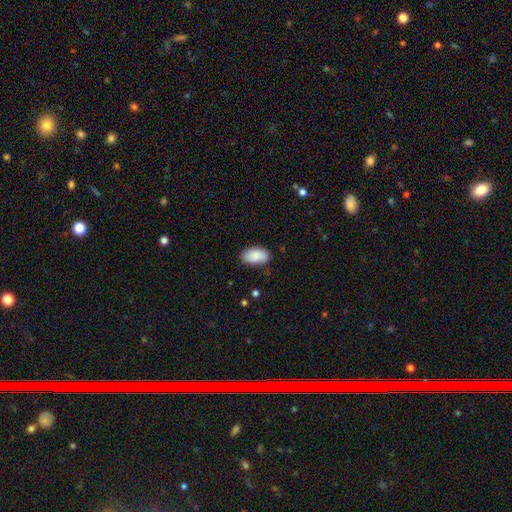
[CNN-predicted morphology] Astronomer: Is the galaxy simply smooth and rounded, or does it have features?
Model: smooth — 88%.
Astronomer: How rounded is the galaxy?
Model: in between — 95%.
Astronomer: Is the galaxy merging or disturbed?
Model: none — 79%.